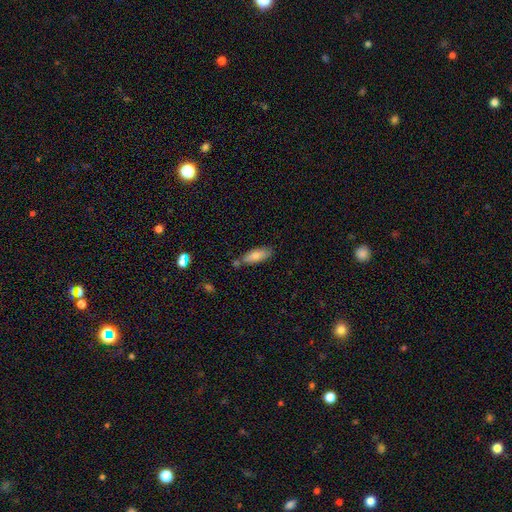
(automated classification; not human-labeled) smooth_or_featured: smooth (p=0.78) [alt: featured or disk p=0.15]
how_rounded: in between (p=0.69) [alt: cigar-shaped p=0.29]
merging: none (p=0.65) [alt: minor disturbance p=0.20]